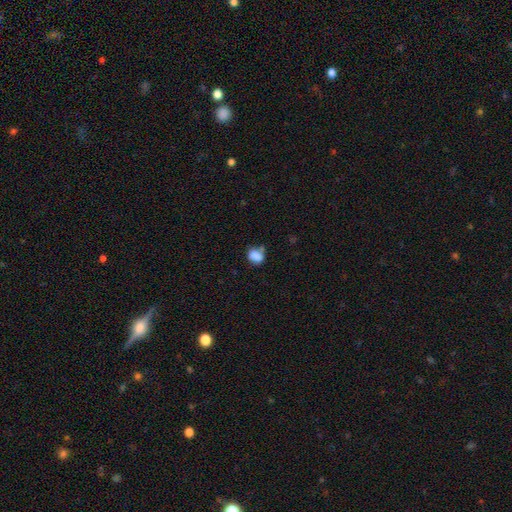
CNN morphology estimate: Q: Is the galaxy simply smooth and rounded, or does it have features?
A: smooth — 82%.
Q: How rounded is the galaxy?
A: in between — 51%.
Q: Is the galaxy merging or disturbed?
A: none — 47%.